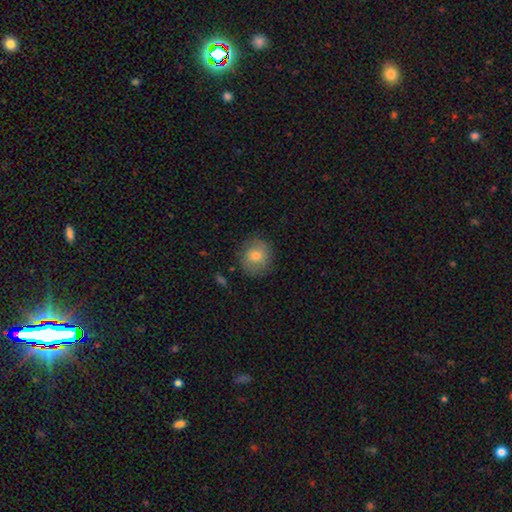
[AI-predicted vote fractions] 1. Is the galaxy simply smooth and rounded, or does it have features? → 73% smooth, 19% featured or disk, 8% star or artifact.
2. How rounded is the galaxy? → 86% round, 13% in between, 1% cigar-shaped.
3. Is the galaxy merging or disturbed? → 79% none, 15% minor disturbance, 4% major disturbance, 1% merger.